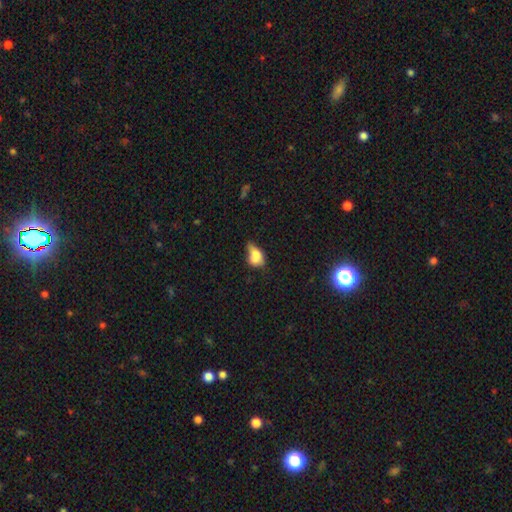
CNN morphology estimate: Smooth or featured?
  - smooth: 69% *
  - featured or disk: 20%
  - star or artifact: 11%
How rounded?
  - in between: 79% *
  - round: 17%
  - cigar-shaped: 4%
Merging?
  - minor disturbance: 31% *
  - none: 25%
  - merger: 22%
  - major disturbance: 21%